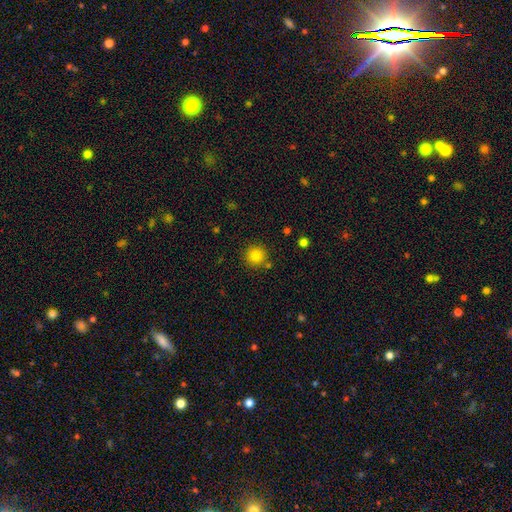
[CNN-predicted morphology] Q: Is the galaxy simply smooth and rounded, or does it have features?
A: smooth — 84%.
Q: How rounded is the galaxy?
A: round — 94%.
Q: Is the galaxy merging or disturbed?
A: none — 86%.